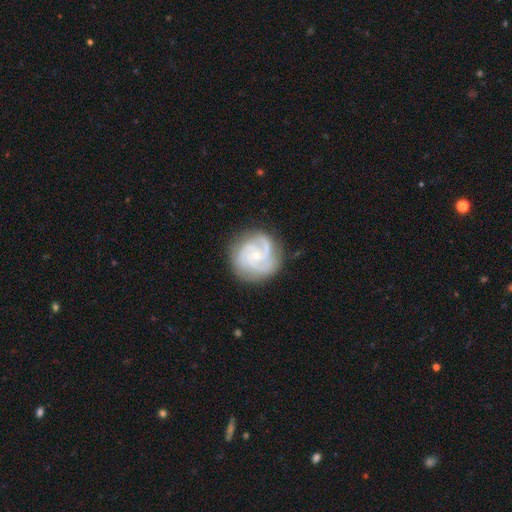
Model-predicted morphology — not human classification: A featured or disk galaxy (85%) with no bar (75%), 3 (56%) tight (59%) spiral arms (97%) and a small central bulge (73%). Merging: none (79%).